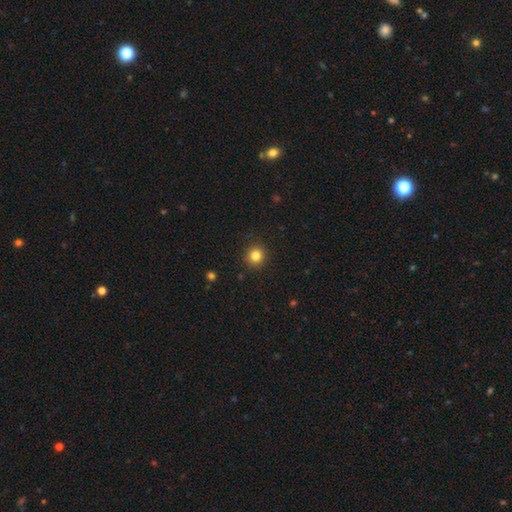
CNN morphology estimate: This is clearly a smooth galaxy (83%). How rounded: clearly round (92%). Merging: clearly none (91%).